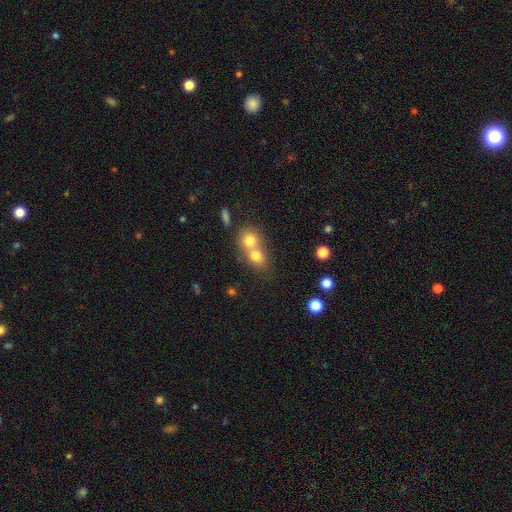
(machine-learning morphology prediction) Smooth or featured: smooth — 75% (featured or disk — 14%)
How rounded: round — 70% (in between — 29%)
Merging: merger — 66% (none — 27%)